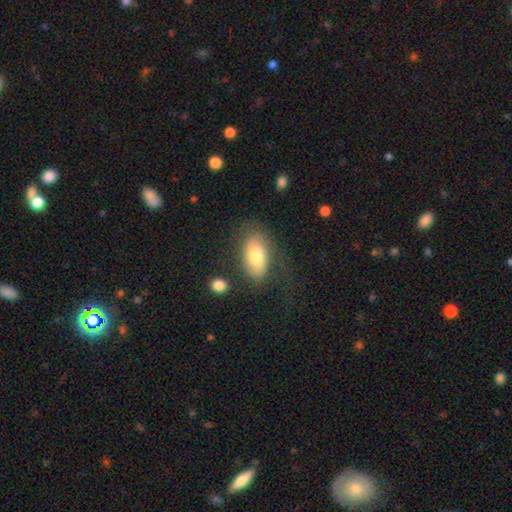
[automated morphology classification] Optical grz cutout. It shows a smooth galaxy with no disk features (66%) that is in between round and cigar-shaped (92%). Merging: none (61%).